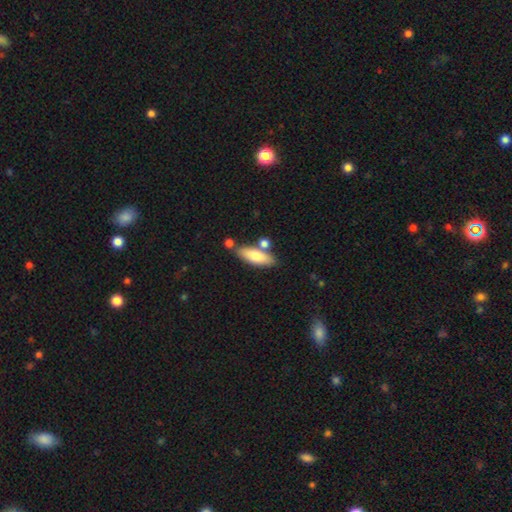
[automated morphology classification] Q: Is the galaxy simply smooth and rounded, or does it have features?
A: smooth — 73%.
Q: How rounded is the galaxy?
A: in between — 59%.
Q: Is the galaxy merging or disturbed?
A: none — 70%.